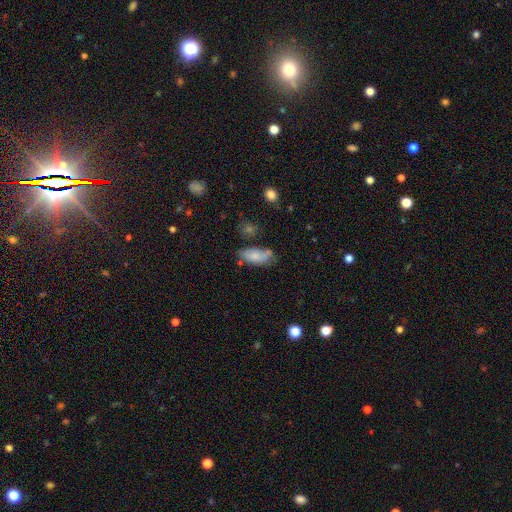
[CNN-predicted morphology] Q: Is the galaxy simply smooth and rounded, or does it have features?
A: smooth — 77%.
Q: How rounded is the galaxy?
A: in between — 85%.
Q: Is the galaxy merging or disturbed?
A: none — 51%.